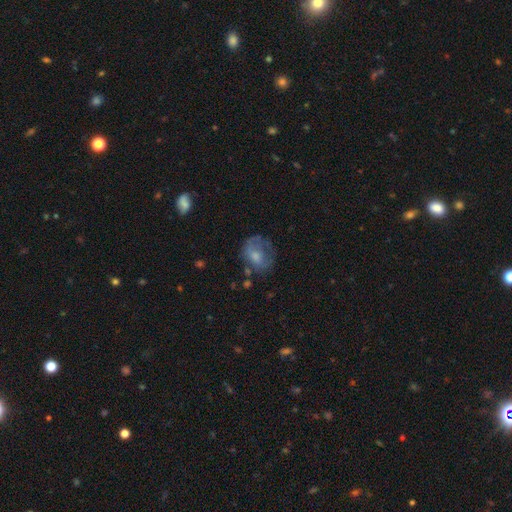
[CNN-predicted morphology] This appears to be a smooth galaxy with no disk features (55%) that is in between round and cigar-shaped (49%, tied with round). Merging: none (46%).